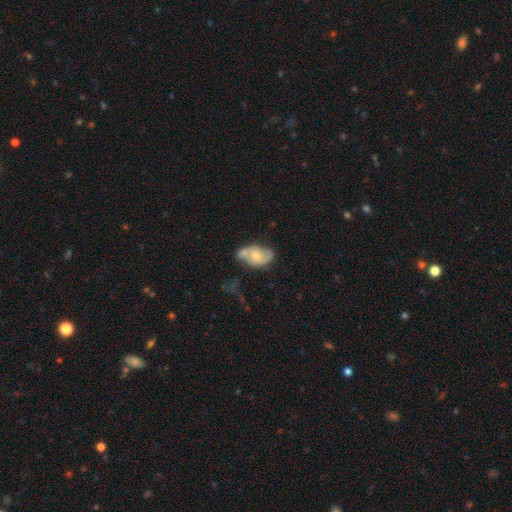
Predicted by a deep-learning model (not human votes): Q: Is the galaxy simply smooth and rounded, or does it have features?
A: featured or disk — 53%.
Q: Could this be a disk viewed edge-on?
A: no — 95%.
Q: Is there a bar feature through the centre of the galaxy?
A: no — 70%.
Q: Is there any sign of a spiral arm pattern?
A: yes — 71%.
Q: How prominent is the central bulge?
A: moderate — 60%.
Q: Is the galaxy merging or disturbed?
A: none — 41%.